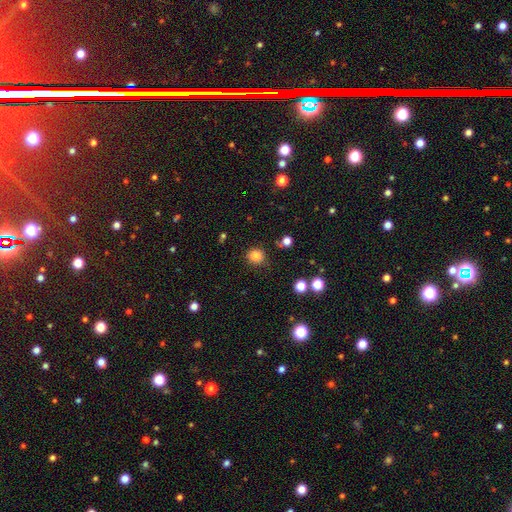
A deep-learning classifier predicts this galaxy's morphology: type=smooth (83%); roundness=round (85%); merging=none (81%).